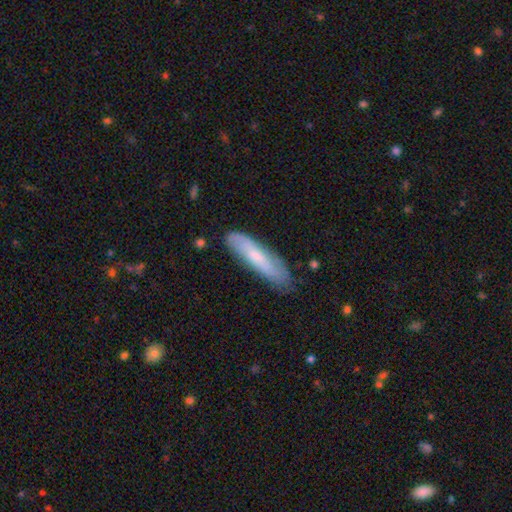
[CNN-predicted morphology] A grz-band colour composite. It shows a smooth galaxy with no disk features (57%) that is cigar-shaped (75%). Merging: none (78%).